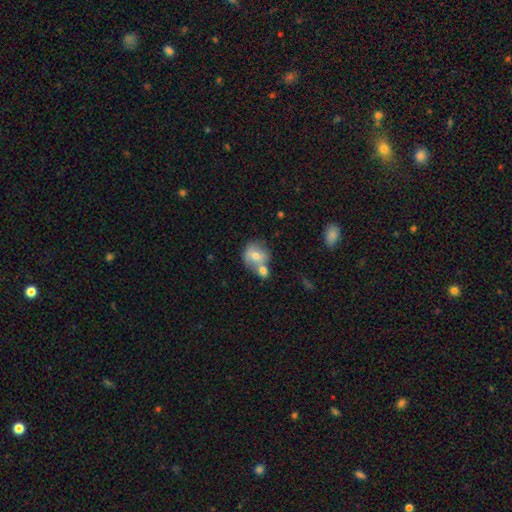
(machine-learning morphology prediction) A smooth galaxy with no disk features (68%) that is round (77%). Merging: merger (51%).